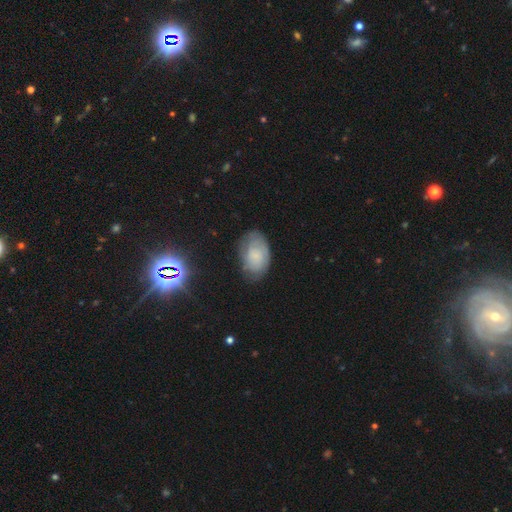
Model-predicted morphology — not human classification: smooth_or_featured: smooth (p=0.60) [alt: featured or disk p=0.29]
how_rounded: in between (p=0.89) [alt: round p=0.09]
merging: none (p=0.67) [alt: minor disturbance p=0.24]